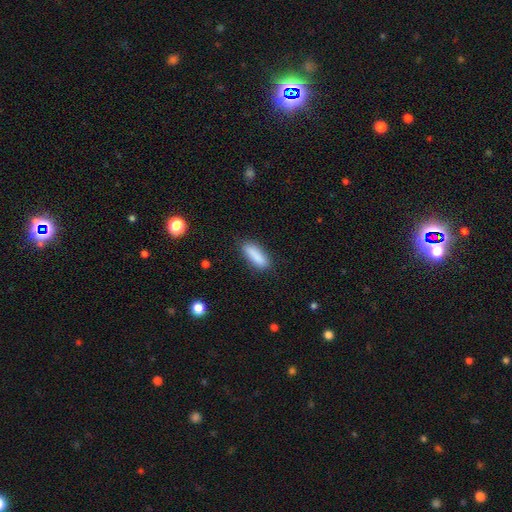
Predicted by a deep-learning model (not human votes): smooth 87%, star or artifact 7%, featured or disk 6%. Down the decision tree: how rounded — in between (51%); merging — none (83%).